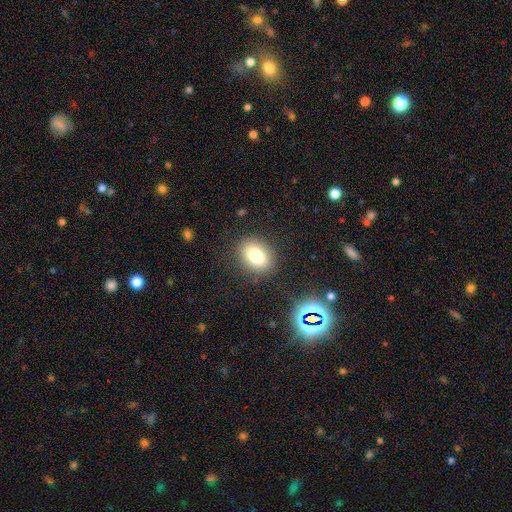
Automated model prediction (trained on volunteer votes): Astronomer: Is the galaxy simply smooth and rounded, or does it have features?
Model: smooth — 78%.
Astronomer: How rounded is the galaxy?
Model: in between — 69%.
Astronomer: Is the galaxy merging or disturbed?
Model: none — 84%.